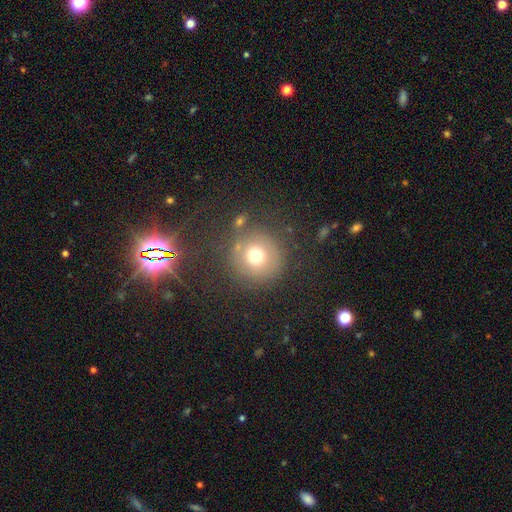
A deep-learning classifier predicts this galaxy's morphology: Smooth or featured: smooth — 70% (star or artifact — 16%)
How rounded: round — 94% (in between — 5%)
Merging: none — 76% (minor disturbance — 11%)